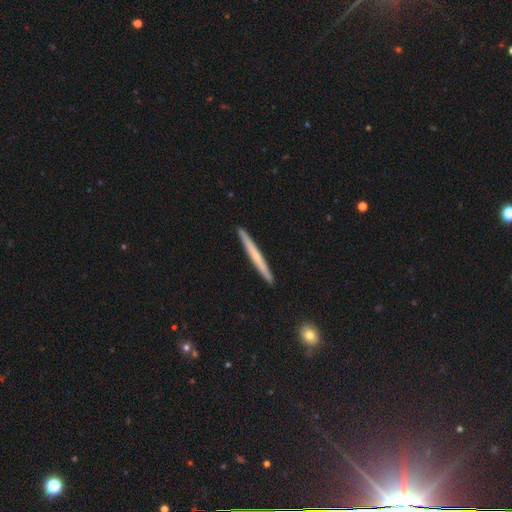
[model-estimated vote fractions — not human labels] This is possibly a smooth galaxy (47%, tied with featured or disk). Merging: clearly none (92%).